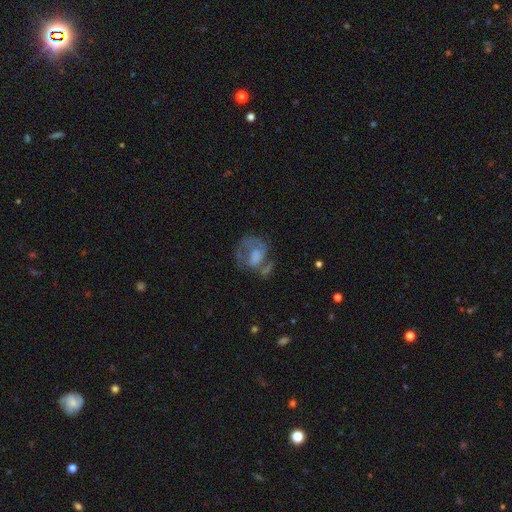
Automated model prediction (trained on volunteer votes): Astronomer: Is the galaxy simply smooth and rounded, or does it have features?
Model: featured or disk — 63%.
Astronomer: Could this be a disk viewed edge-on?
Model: no — 97%.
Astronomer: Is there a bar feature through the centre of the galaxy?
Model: no — 63%.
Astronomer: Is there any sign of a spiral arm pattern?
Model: yes — 63%.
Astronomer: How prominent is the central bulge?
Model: moderate — 31% (runner-up: none, 27%).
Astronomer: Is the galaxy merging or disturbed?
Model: none — 46% (runner-up: major disturbance, 27%).